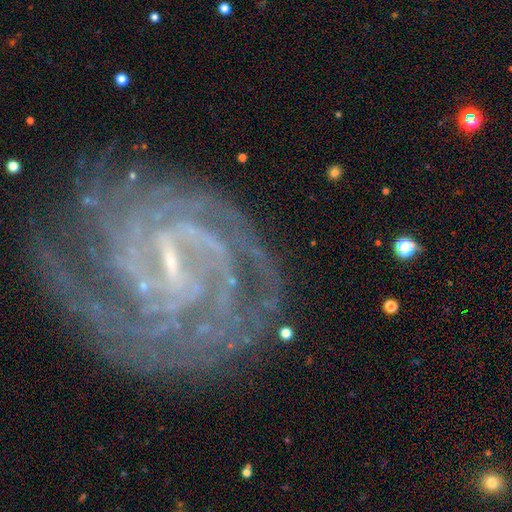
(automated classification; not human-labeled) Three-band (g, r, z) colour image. It shows a featured or disk galaxy (89%) with a strong bar (44%), tight (70%) spiral arms (97%) and a small central bulge (65%). Merging: none (70%).